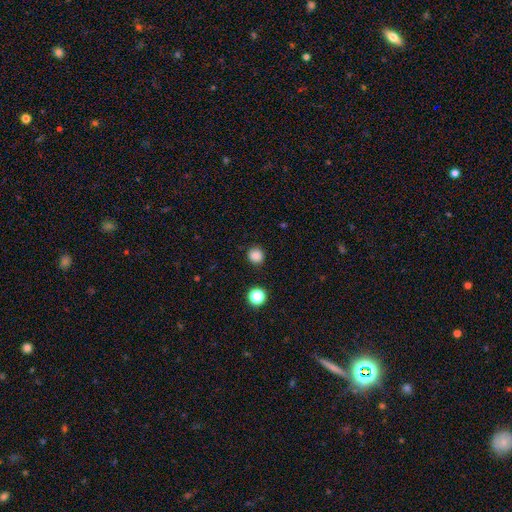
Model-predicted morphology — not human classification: Q: Smooth or featured?
A: smooth (84%); runner-up: star or artifact (13%)
Q: How rounded?
A: round (88%); runner-up: in between (11%)
Q: Merging?
A: none (88%); runner-up: minor disturbance (7%)